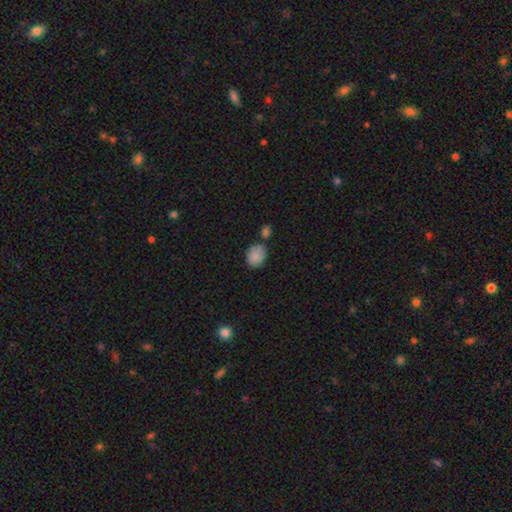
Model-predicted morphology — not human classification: The model was most divided on "how rounded": in between: 50%, round: 49%, cigar-shaped: 1%. More confident: smooth or featured — smooth (85%); merging — none (60%).